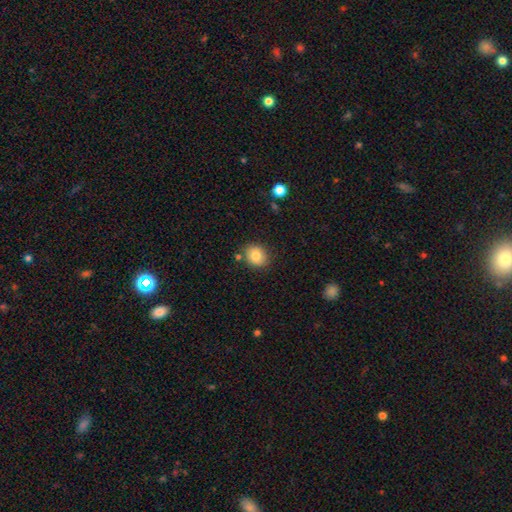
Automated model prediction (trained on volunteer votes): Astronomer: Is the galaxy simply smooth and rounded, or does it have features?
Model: smooth — 83%.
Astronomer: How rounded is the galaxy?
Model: round — 65%.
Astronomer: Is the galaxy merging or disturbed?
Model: none — 82%.